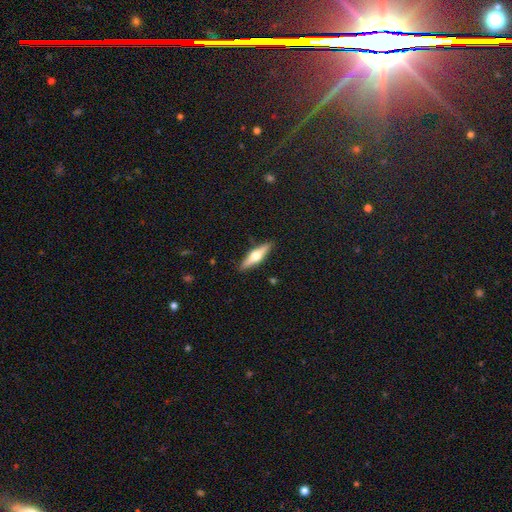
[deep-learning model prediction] smooth-or-featured: featured or disk: 56% | smooth: 39% | star or artifact: 5%
  disk-edge-on: yes: 95% | no: 5%
    edge-on-bulge: rounded: 94% | boxy: 4% | none: 2%
  merging: none: 90% | minor disturbance: 8% | major disturbance: 2% | merger: 1%